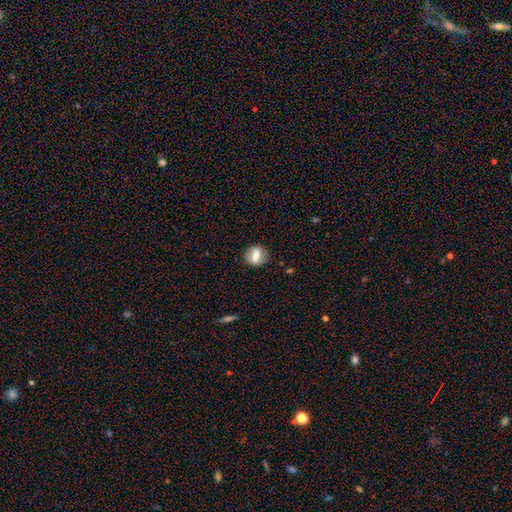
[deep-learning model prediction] Smooth or featured: smooth — 66% (featured or disk — 25%)
How rounded: round — 55% (in between — 41%)
Merging: none — 80% (minor disturbance — 14%)